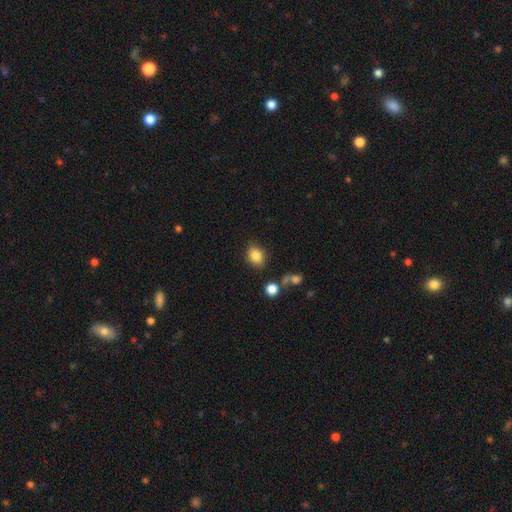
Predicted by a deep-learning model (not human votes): Q: Smooth or featured?
A: smooth (84%); runner-up: star or artifact (10%)
Q: How rounded?
A: in between (58%); runner-up: round (41%)
Q: Merging?
A: none (81%); runner-up: minor disturbance (12%)